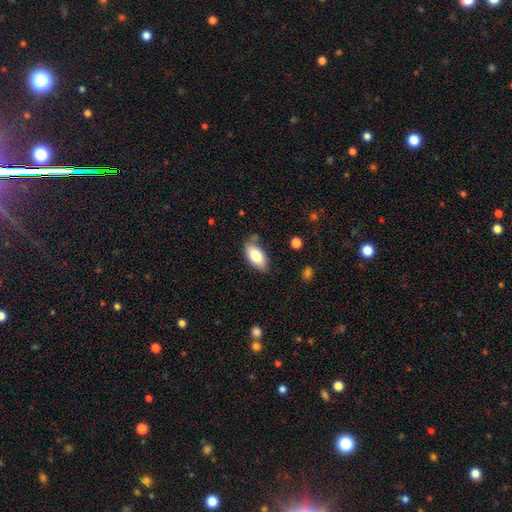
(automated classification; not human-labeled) Smooth or featured? Predicted: smooth (p=0.78). How rounded? Predicted: in between (p=0.93). Merging? Predicted: none (p=0.73).